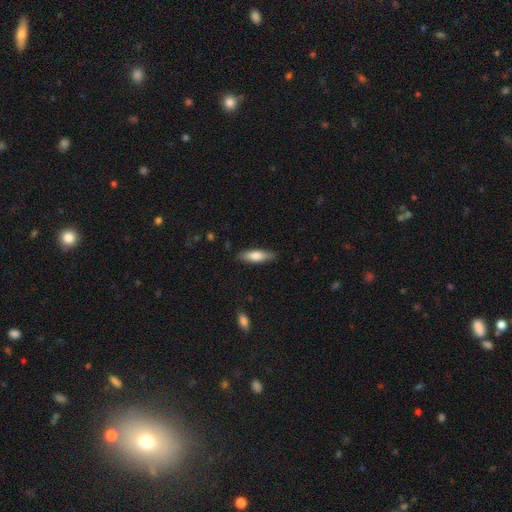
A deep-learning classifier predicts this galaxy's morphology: Smooth or featured? smooth (73%)
How rounded? cigar-shaped (52%)
Merging? none (86%)